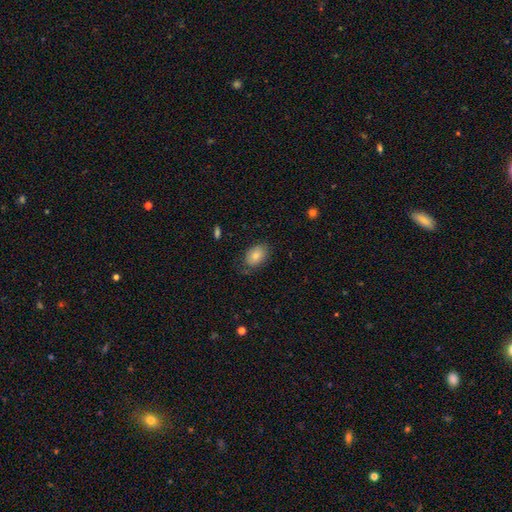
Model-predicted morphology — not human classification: smooth-or-featured: smooth: 80% | featured or disk: 12% | star or artifact: 7%
  how-rounded: in between: 86% | round: 13% | cigar-shaped: 1%
  merging: none: 72% | minor disturbance: 21% | major disturbance: 6% | merger: 1%